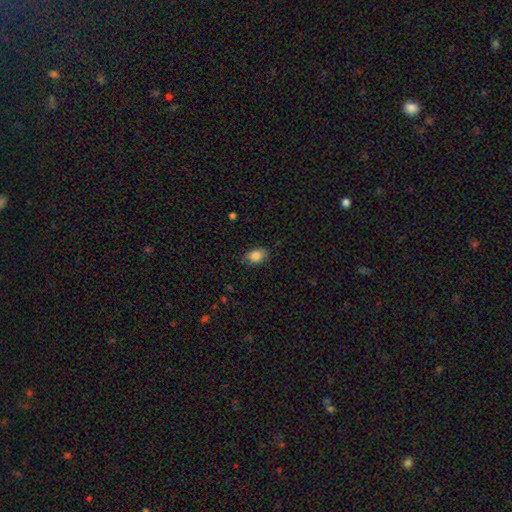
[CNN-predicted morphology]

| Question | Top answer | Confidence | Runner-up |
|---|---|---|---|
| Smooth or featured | smooth | 85% | star or artifact (8%) |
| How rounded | in between | 85% | round (14%) |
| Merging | none | 81% | minor disturbance (15%) |